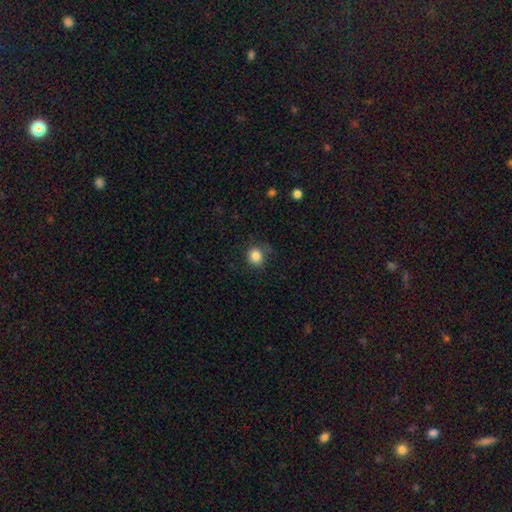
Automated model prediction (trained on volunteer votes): Smooth or featured: smooth — 84% (star or artifact — 11%)
How rounded: round — 84% (in between — 15%)
Merging: none — 78% (minor disturbance — 16%)